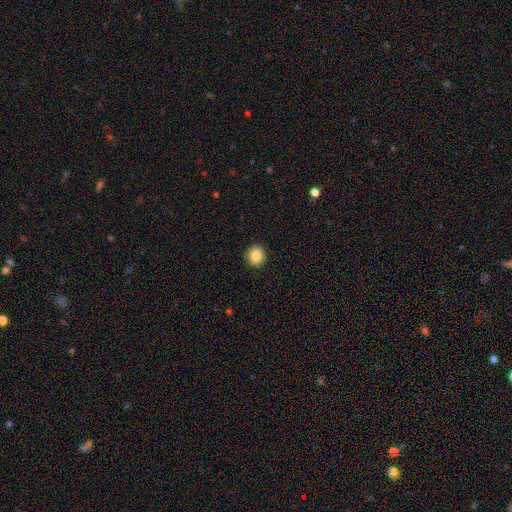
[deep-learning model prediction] A smooth galaxy with no disk features (85%) that is round (89%). Merging: none (92%).